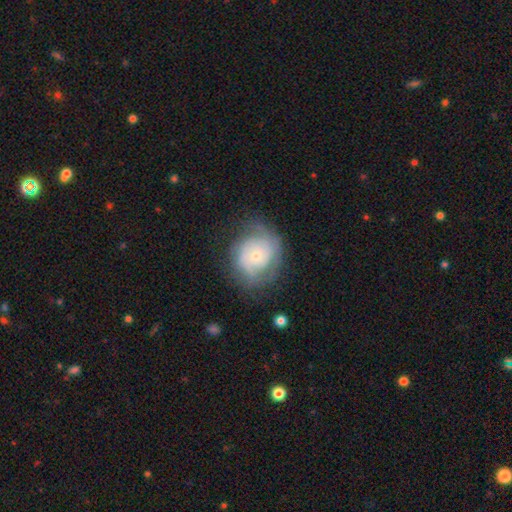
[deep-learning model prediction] Smooth or featured?
  - featured or disk: 61% *
  - smooth: 31%
  - star or artifact: 8%
Edge-on disk?
  - no: 97% *
  - yes: 3%
Bar?
  - no: 81% *
  - weak: 16%
  - strong: 3%
Spiral arms?
  - yes: 80% *
  - no: 20%
Bulge size?
  - small: 71% *
  - moderate: 24%
  - large: 3%
  - none: 2%
  - dominant: 1%
Merging?
  - none: 63% *
  - minor disturbance: 22%
  - major disturbance: 13%
  - merger: 2%